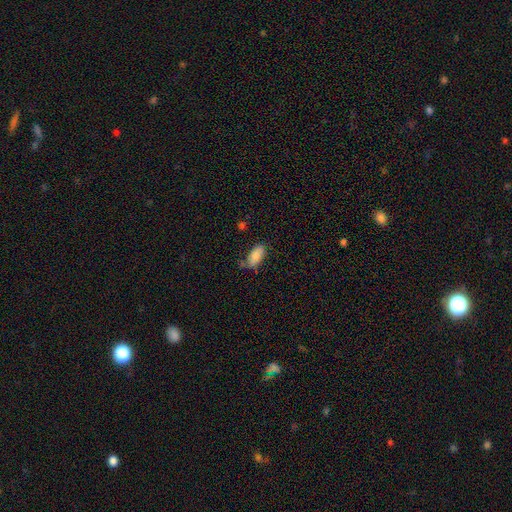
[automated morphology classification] smooth-or-featured: smooth: 83% | featured or disk: 10% | star or artifact: 7%
  how-rounded: in between: 90% | cigar-shaped: 7% | round: 2%
  merging: none: 63% | minor disturbance: 26% | major disturbance: 6% | merger: 6%